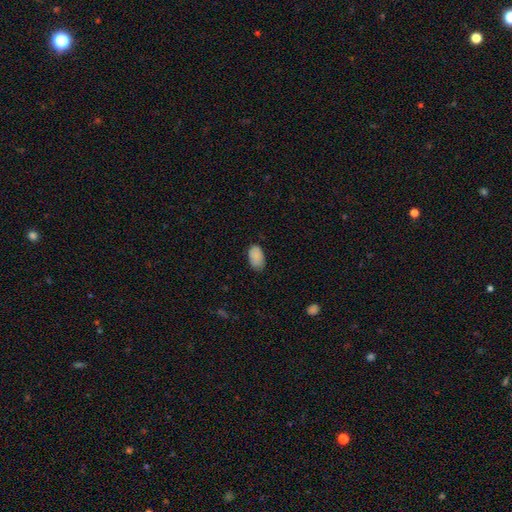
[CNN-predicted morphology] Smooth or featured? Predicted: smooth (p=0.88). How rounded? Predicted: in between (p=0.93). Merging? Predicted: none (p=0.77).